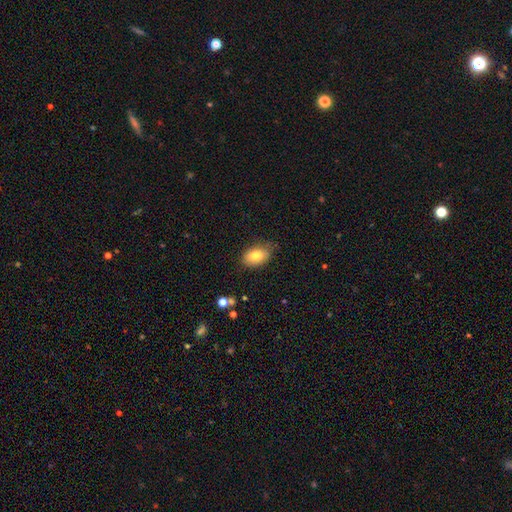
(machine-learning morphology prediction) Smooth or featured? Predicted: smooth (p=0.81). How rounded? Predicted: in between (p=0.91). Merging? Predicted: none (p=0.72).